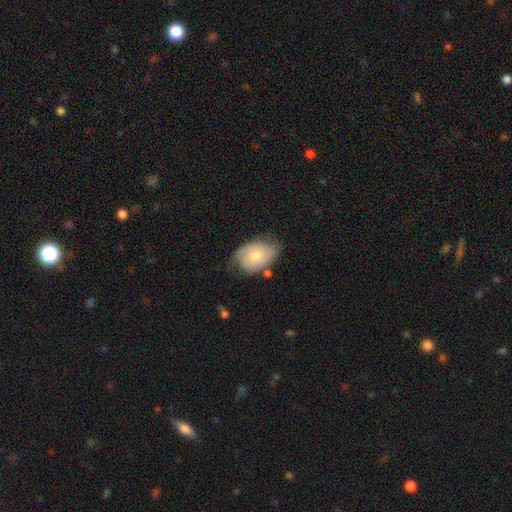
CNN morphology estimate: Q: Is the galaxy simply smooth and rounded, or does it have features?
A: smooth — 53%.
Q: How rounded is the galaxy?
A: in between — 82%.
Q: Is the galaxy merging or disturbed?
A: none — 57%.